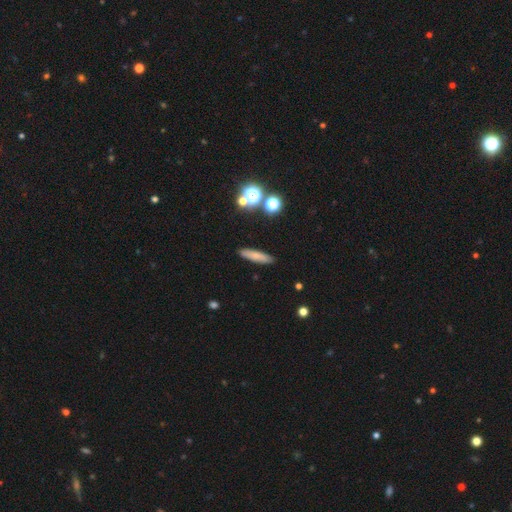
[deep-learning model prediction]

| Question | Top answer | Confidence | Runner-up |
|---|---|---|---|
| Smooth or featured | smooth | 73% | featured or disk (17%) |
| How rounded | cigar-shaped | 81% | in between (17%) |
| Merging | none | 90% | minor disturbance (7%) |